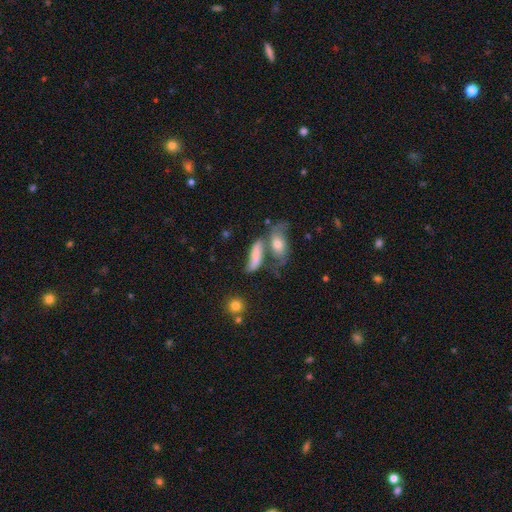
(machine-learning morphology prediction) Smooth or featured? smooth (61%)
How rounded? in between (55%)
Merging? merger (45%)